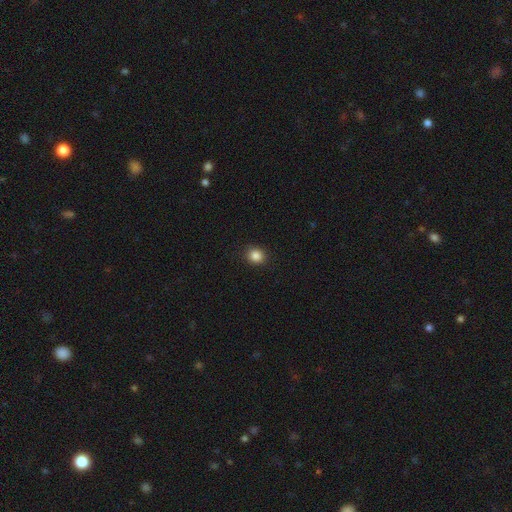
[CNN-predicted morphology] This appears to be a smooth galaxy with no disk features (85%) that is round (83%). Merging: none (91%).